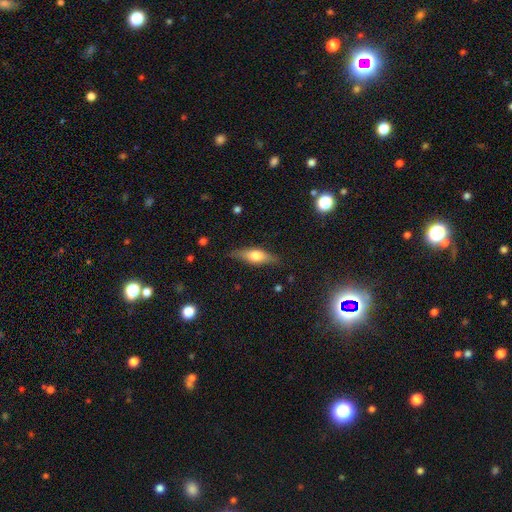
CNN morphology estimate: A smooth galaxy with no disk features (48%). Merging: none (81%).